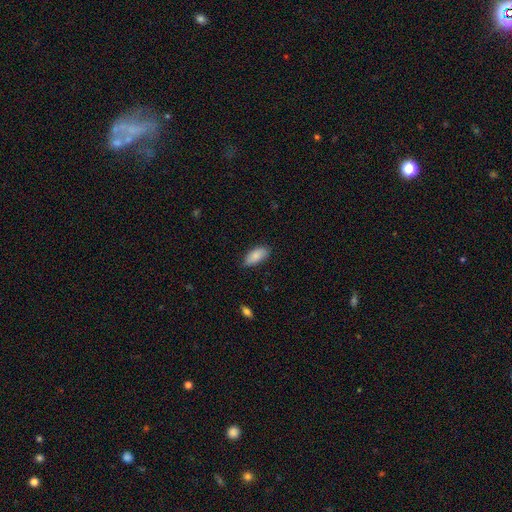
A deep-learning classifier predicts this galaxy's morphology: A smooth galaxy with no disk features (86%) that is in between round and cigar-shaped (88%).

Vote fractions:
- Smooth or featured? smooth: 86% / featured or disk: 7% / star or artifact: 7%
- How rounded? in between: 88% / cigar-shaped: 10% / round: 2%
- Merging? none: 79% / minor disturbance: 17% / major disturbance: 3% / merger: 1%